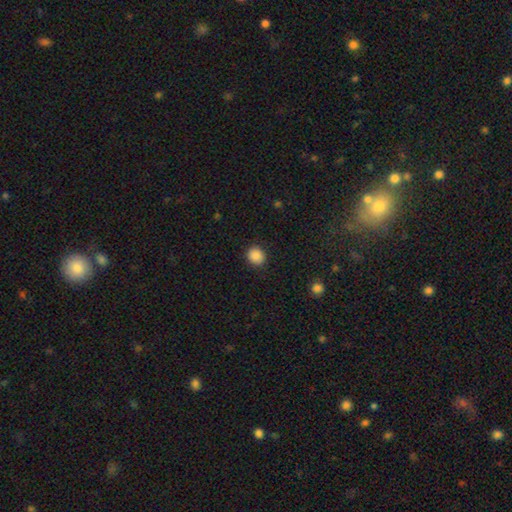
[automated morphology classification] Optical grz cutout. It shows a smooth galaxy with no disk features (88%) that is round (79%). Merging: none (89%).